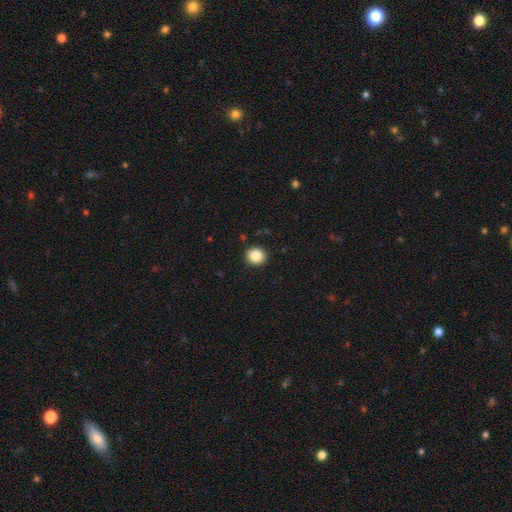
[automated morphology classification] Smooth or featured?
  - smooth: 86% *
  - star or artifact: 10%
  - featured or disk: 4%
How rounded?
  - round: 90% *
  - in between: 9%
  - cigar-shaped: 1%
Merging?
  - none: 92% *
  - minor disturbance: 5%
  - major disturbance: 2%
  - merger: 1%